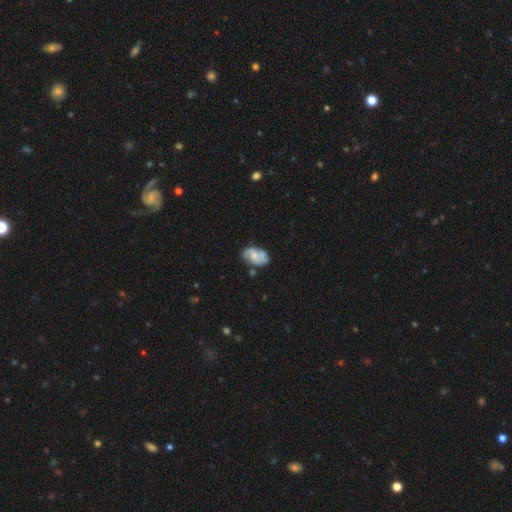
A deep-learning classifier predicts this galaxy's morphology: Smooth or featured?
  - featured or disk: 55% *
  - smooth: 38%
  - star or artifact: 7%
Edge-on disk?
  - no: 96% *
  - yes: 4%
Bar?
  - no: 72% *
  - weak: 24%
  - strong: 4%
Spiral arms?
  - yes: 73% *
  - no: 27%
Bulge size?
  - moderate: 45% *
  - small: 35%
  - none: 13%
  - large: 5%
  - dominant: 1%
Merging?
  - none: 56% *
  - minor disturbance: 26%
  - major disturbance: 10%
  - merger: 9%